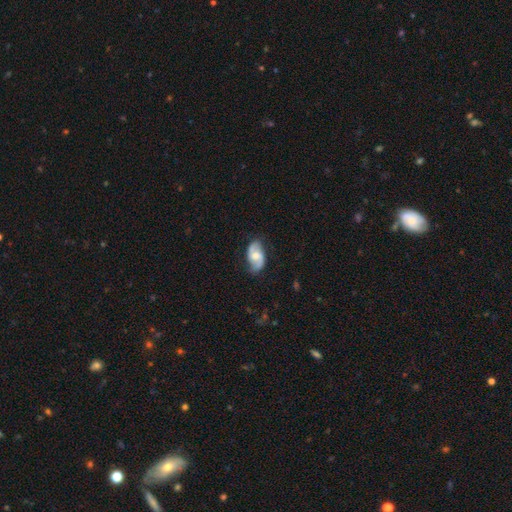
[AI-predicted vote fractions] This is likely a featured or disk galaxy (71%). It is clearly not viewed edge-on (97%). Bar: possibly no (52%). Spiral arm pattern: clearly yes (93%). Spiral arm count: clearly 2 (90%). Spiral winding: marginally medium (42%). Central bulge: possibly moderate (58%). Merging: likely none (78%).